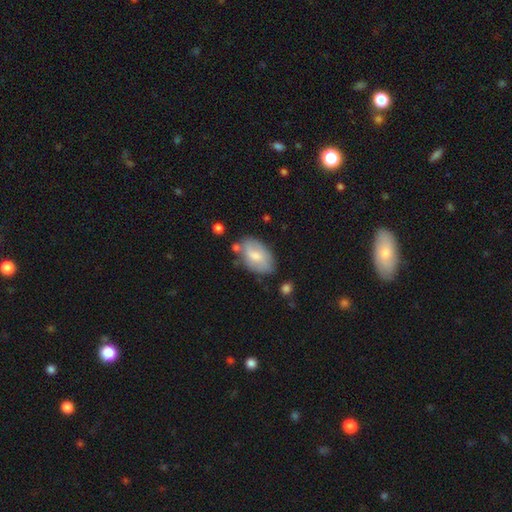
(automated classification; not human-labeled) Smooth or featured: smooth — 61% (featured or disk — 32%)
How rounded: in between — 92% (round — 6%)
Merging: none — 63% (minor disturbance — 23%)